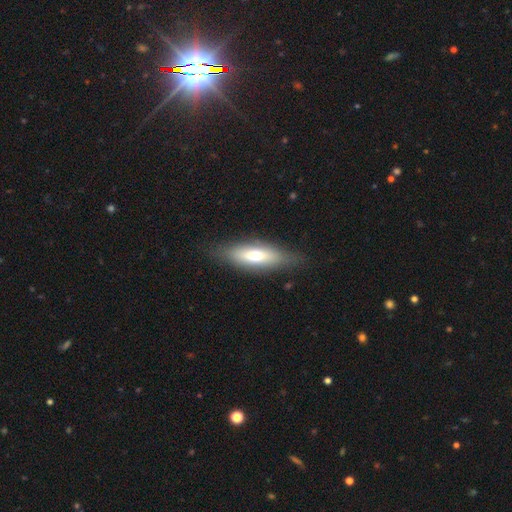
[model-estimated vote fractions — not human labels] A smooth galaxy with no disk features (61%) that is in between round and cigar-shaped (52%). Merging: none (81%).